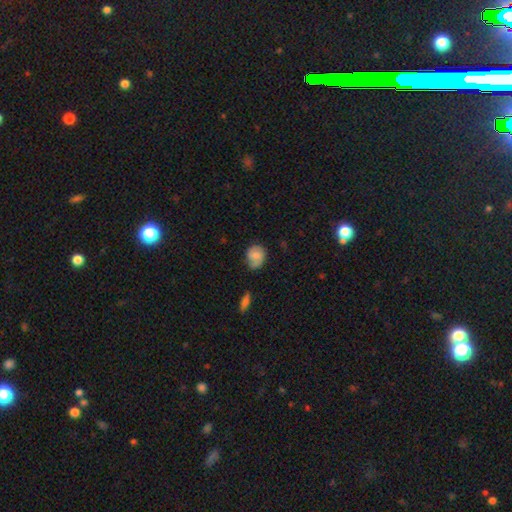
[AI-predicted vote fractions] smooth_or_featured: smooth (p=0.69) [alt: featured or disk p=0.23]
how_rounded: round (p=0.60) [alt: in between p=0.38]
merging: none (p=0.57) [alt: minor disturbance p=0.33]